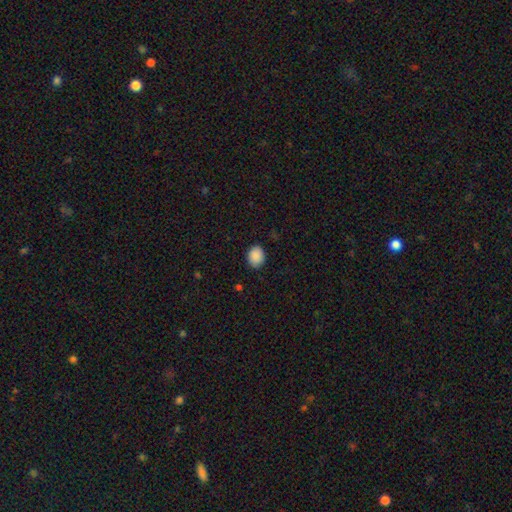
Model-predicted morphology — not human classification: Smooth or featured?
  - smooth: 89% *
  - star or artifact: 8%
  - featured or disk: 3%
How rounded?
  - round: 52% *
  - in between: 48%
  - cigar-shaped: 1%
Merging?
  - none: 86% *
  - minor disturbance: 10%
  - major disturbance: 2%
  - merger: 1%